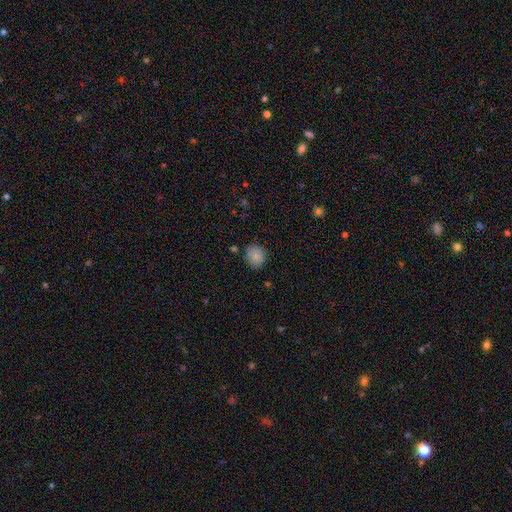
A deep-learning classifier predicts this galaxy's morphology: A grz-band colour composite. It shows a smooth galaxy with no disk features (86%) that is round (74%). Merging: none (77%).